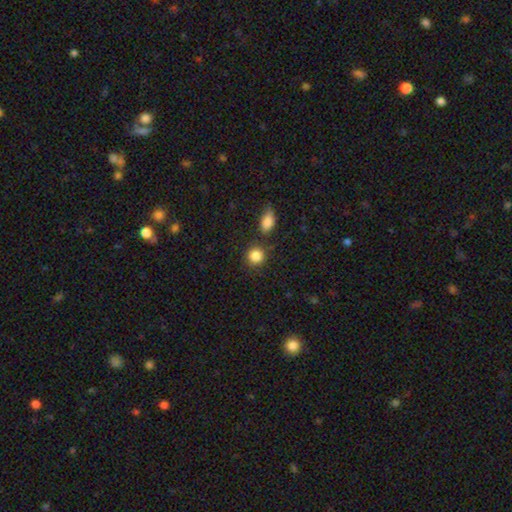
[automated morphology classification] smooth_or_featured: smooth (p=0.86) [alt: star or artifact p=0.09]
how_rounded: round (p=0.85) [alt: in between p=0.14]
merging: none (p=0.78) [alt: minor disturbance p=0.10]